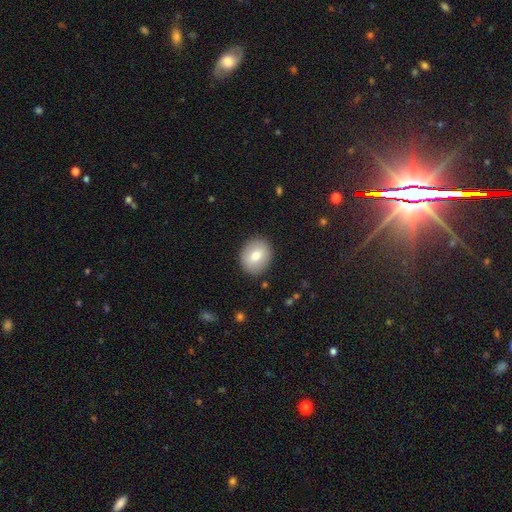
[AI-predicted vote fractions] smooth 76%, featured or disk 17%, star or artifact 8%. Down the decision tree: how rounded — round (63%); merging — none (88%).